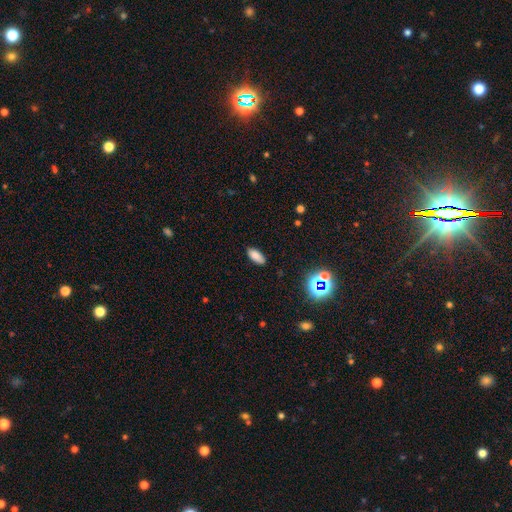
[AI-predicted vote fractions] Smooth or featured? Predicted: smooth (p=0.82). How rounded? Predicted: in between (p=0.86). Merging? Predicted: none (p=0.86).